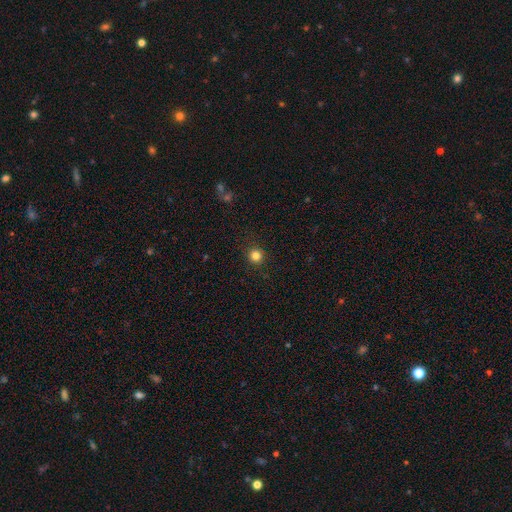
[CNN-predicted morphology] smooth-or-featured: smooth: 82% | star or artifact: 13% | featured or disk: 5%
  how-rounded: round: 94% | in between: 5% | cigar-shaped: 1%
  merging: none: 91% | minor disturbance: 6% | major disturbance: 2% | merger: 1%